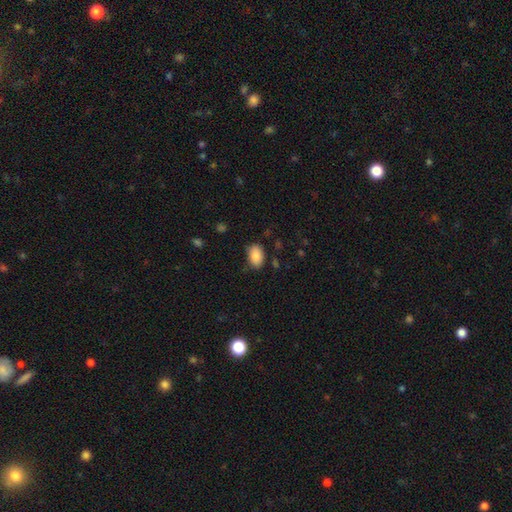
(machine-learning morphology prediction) Smooth or featured? Predicted: smooth (p=0.87). How rounded? Predicted: in between (p=0.89). Merging? Predicted: none (p=0.80).